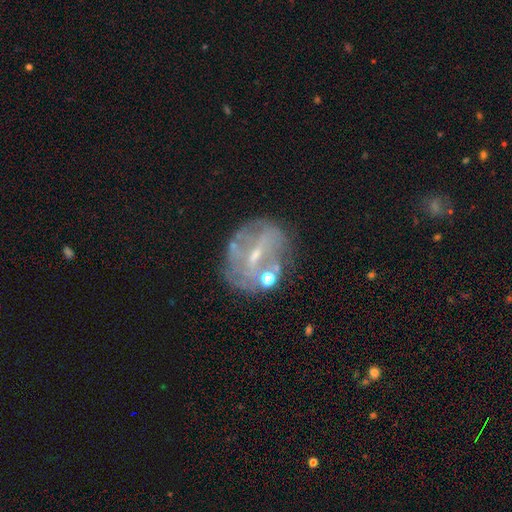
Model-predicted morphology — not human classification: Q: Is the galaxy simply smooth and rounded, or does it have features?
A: featured or disk — 68%.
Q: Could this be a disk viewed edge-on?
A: no — 95%.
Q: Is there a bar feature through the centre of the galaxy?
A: weak — 42%.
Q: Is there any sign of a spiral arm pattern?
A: no — 54%.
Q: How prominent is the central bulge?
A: small — 64%.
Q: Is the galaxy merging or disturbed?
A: none — 62%.